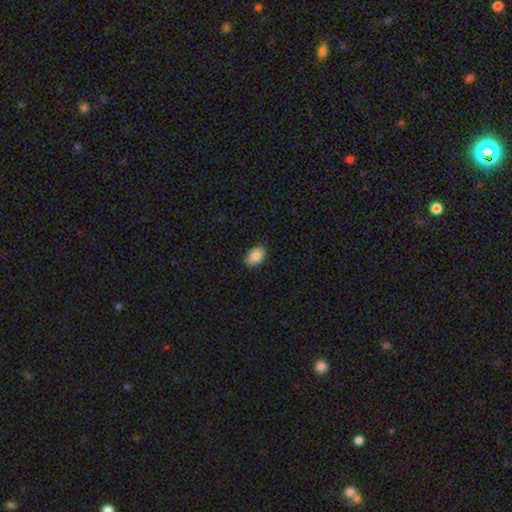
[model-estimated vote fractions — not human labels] Smooth or featured: smooth — 88% (star or artifact — 7%)
How rounded: in between — 90% (round — 9%)
Merging: none — 86% (minor disturbance — 11%)